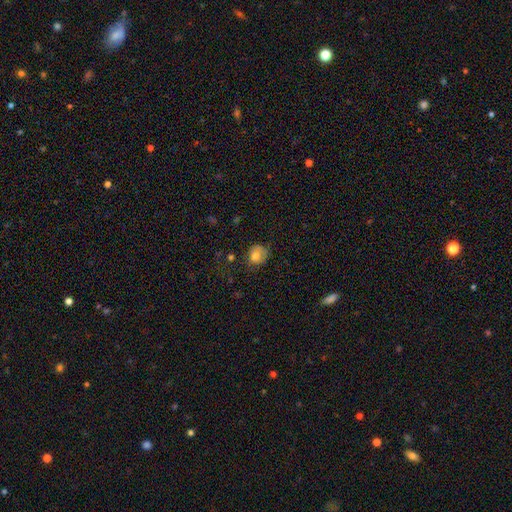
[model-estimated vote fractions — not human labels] A smooth galaxy with no disk features (76%) that is round (65%). Merging: none (51%).